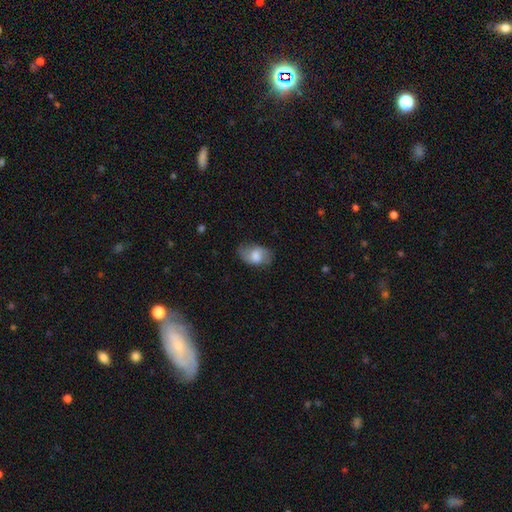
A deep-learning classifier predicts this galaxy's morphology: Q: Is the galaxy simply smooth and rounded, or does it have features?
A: smooth — 59%.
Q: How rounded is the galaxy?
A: in between — 87%.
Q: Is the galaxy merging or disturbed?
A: none — 69%.